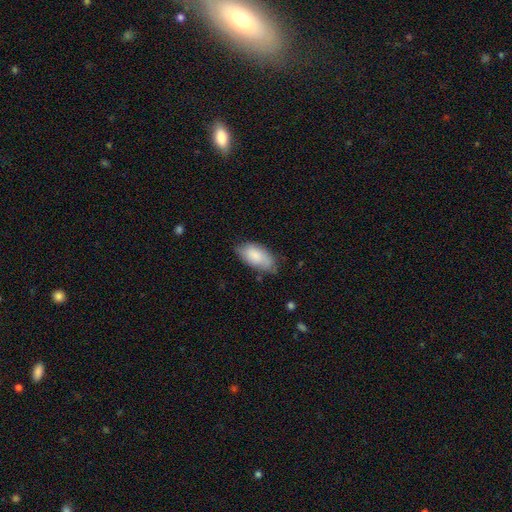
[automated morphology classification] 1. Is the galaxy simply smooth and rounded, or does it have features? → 83% smooth, 11% featured or disk, 6% star or artifact.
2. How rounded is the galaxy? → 94% in between, 4% cigar-shaped, 2% round.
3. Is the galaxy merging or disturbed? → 65% none, 28% minor disturbance, 5% major disturbance, 2% merger.